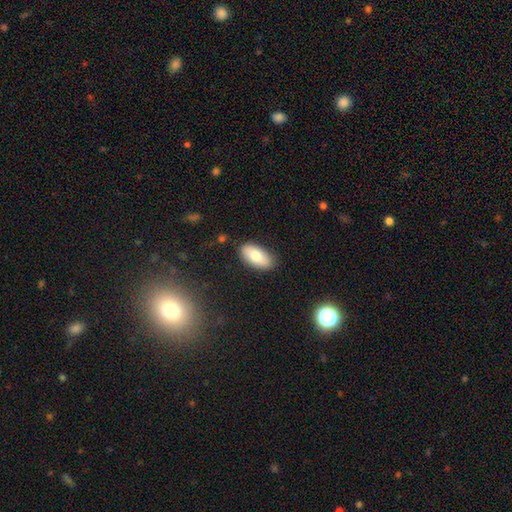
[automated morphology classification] A smooth galaxy with no disk features (77%) that is in between round and cigar-shaped (92%).

Vote fractions:
- Smooth or featured? smooth: 77% / featured or disk: 16% / star or artifact: 7%
- How rounded? in between: 92% / cigar-shaped: 5% / round: 3%
- Merging? none: 86% / minor disturbance: 11% / major disturbance: 2% / merger: 2%